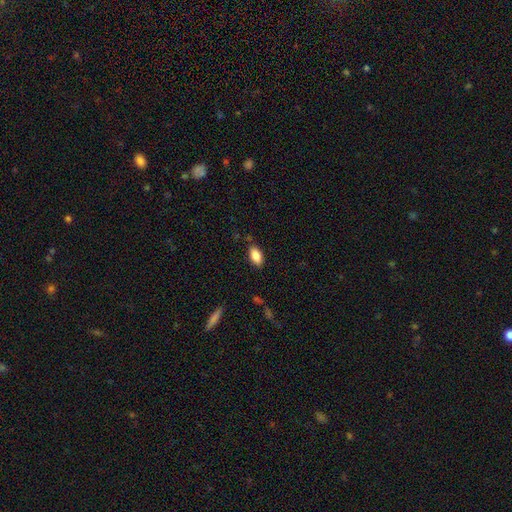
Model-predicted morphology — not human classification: Smooth or featured: smooth — 86% (star or artifact — 7%)
How rounded: in between — 92% (cigar-shaped — 5%)
Merging: none — 83% (minor disturbance — 12%)